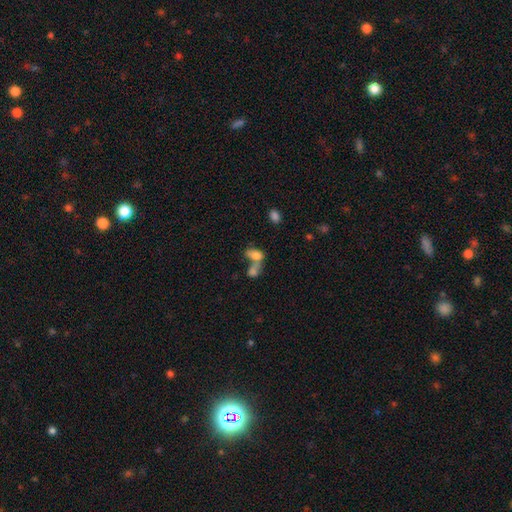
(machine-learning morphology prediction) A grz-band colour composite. It shows a smooth galaxy with no disk features (73%) that is in between round and cigar-shaped (83%). Merging: merger (64%).